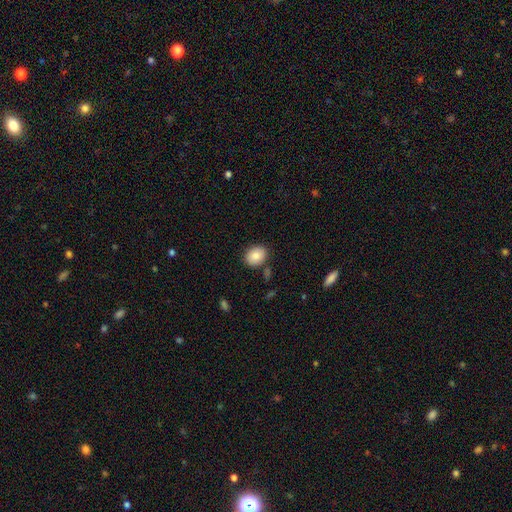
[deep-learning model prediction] Smooth or featured: smooth — 86% (star or artifact — 8%)
How rounded: in between — 52% (round — 47%)
Merging: none — 82% (minor disturbance — 11%)